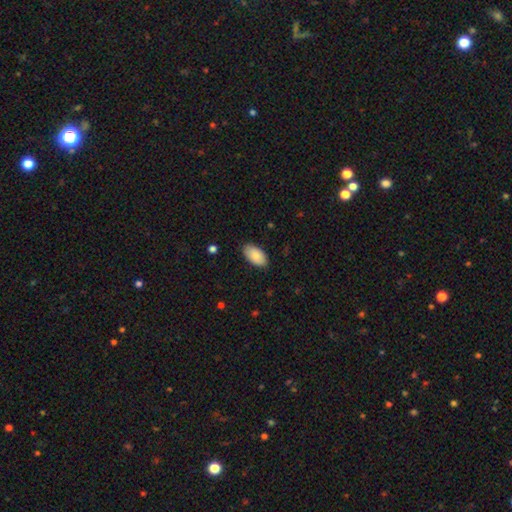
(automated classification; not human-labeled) smooth_or_featured: smooth (p=0.86) [alt: featured or disk p=0.08]
how_rounded: in between (p=0.96) [alt: round p=0.03]
merging: none (p=0.87) [alt: minor disturbance p=0.10]